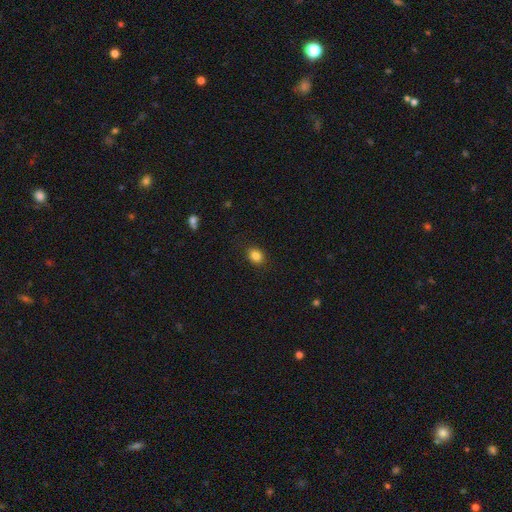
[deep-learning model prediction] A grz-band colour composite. It shows a smooth galaxy with no disk features (84%) that is in between round and cigar-shaped (52%). Merging: none (88%).